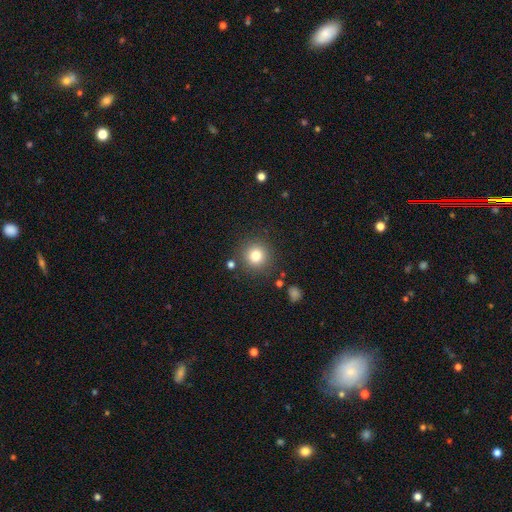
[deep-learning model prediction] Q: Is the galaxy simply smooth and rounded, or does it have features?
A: smooth — 80%.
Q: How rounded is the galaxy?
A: round — 93%.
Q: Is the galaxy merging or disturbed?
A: none — 86%.